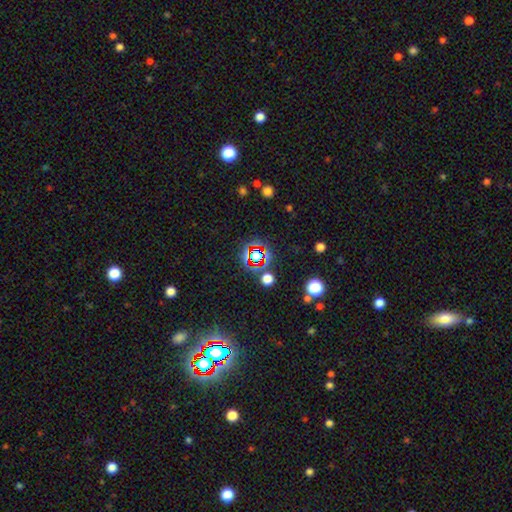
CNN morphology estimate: Q: Smooth or featured?
A: star or artifact (66%); runner-up: smooth (24%)